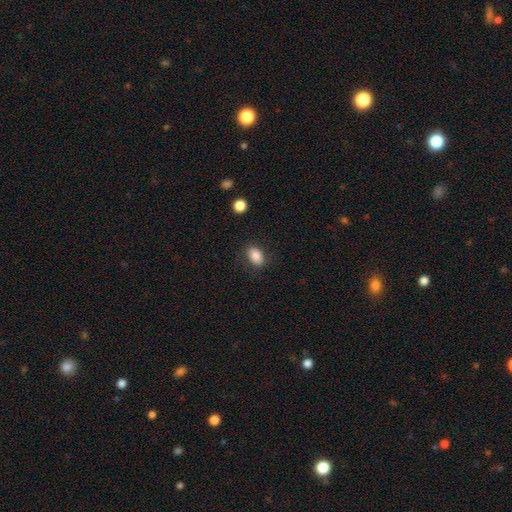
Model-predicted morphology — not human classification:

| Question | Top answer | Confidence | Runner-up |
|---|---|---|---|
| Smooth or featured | smooth | 84% | star or artifact (8%) |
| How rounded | in between | 86% | round (12%) |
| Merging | none | 82% | minor disturbance (12%) |